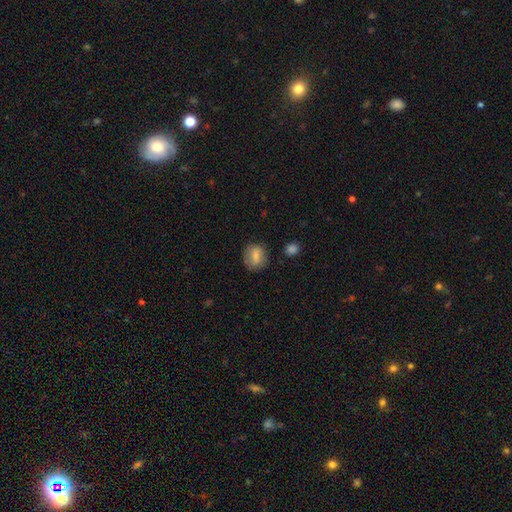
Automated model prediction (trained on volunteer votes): This is likely a smooth galaxy (76%). How rounded: likely round (63%). Merging: likely none (78%).